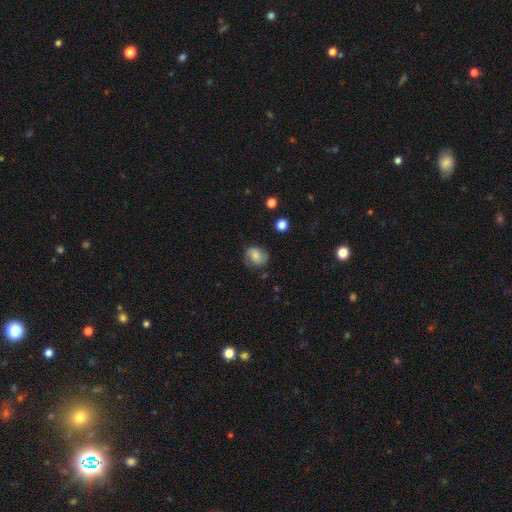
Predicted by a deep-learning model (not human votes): Smooth or featured: smooth — 64% (featured or disk — 26%)
How rounded: round — 51% (in between — 48%)
Merging: none — 68% (minor disturbance — 23%)